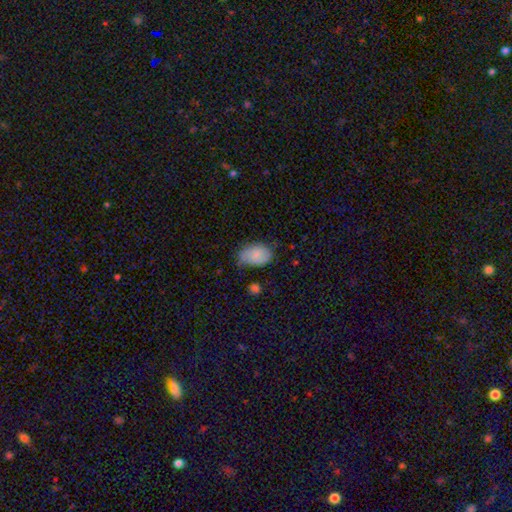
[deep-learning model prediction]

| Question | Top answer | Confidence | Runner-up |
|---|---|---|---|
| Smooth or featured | smooth | 79% | featured or disk (15%) |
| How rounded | in between | 88% | round (11%) |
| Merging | none | 54% | minor disturbance (36%) |